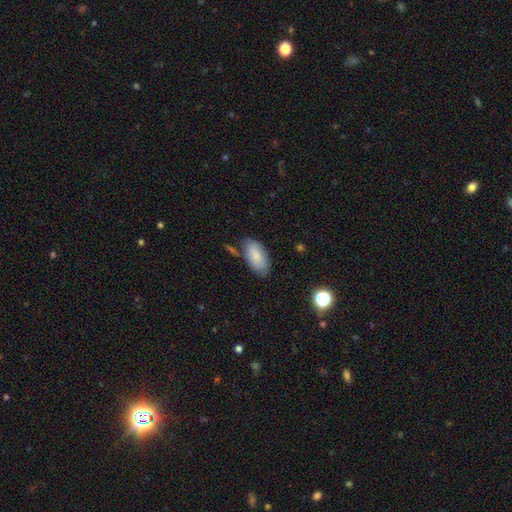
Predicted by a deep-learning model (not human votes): This appears to be a smooth galaxy with no disk features (82%) that is in between round and cigar-shaped (94%). Merging: none (72%).